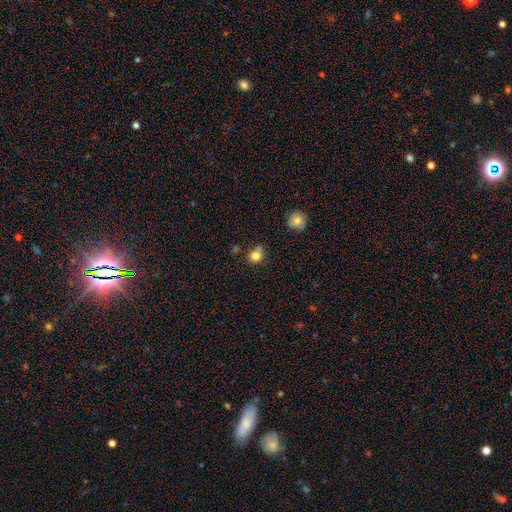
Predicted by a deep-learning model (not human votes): This is clearly a smooth galaxy (81%). How rounded: clearly round (82%). Merging: likely none (63%).